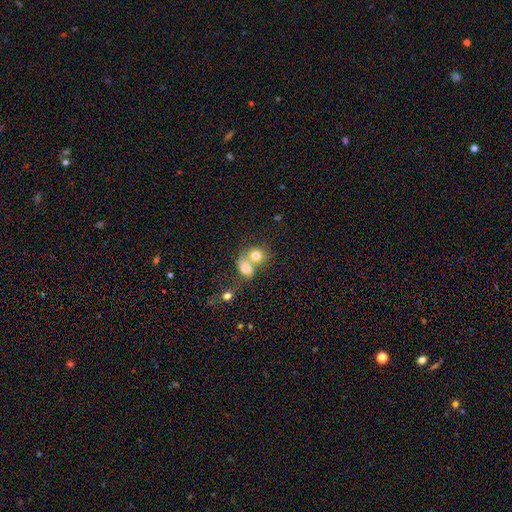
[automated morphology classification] Smooth or featured? smooth (73%)
How rounded? round (67%)
Merging? merger (67%)